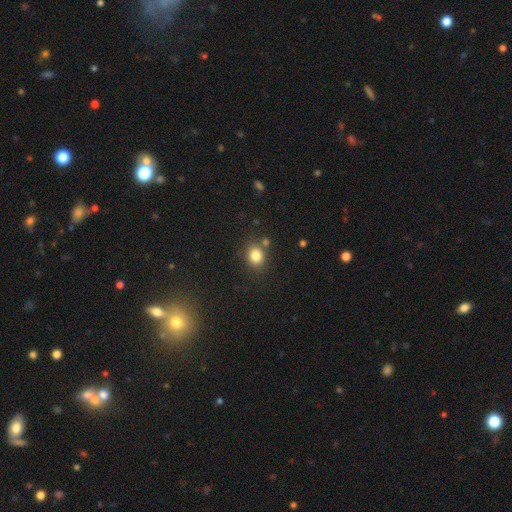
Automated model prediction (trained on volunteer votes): smooth-or-featured: smooth: 82% | star or artifact: 11% | featured or disk: 6%
  how-rounded: round: 68% | in between: 31% | cigar-shaped: 1%
  merging: none: 76% | minor disturbance: 11% | merger: 9% | major disturbance: 4%